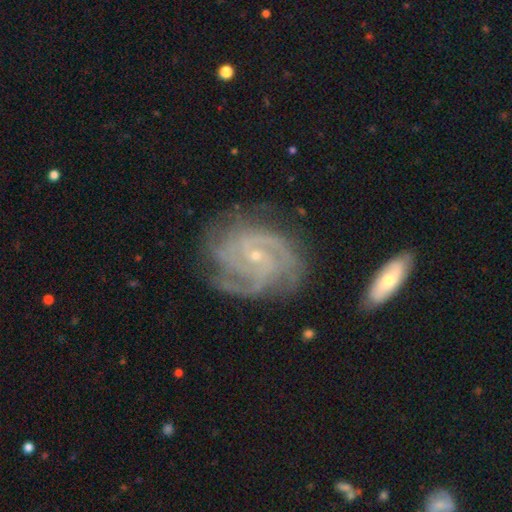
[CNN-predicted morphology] Smooth or featured: featured or disk — 91% (star or artifact — 5%)
Edge-on disk: no — 97% (yes — 3%)
Bar: no — 58% (weak — 31%)
Spiral arms: yes — 98% (no — 2%)
Spiral winding: tight — 62% (medium — 33%)
Spiral arm count: 3 — 34% (4 — 22%)
Bulge size: small — 83% (moderate — 13%)
Merging: none — 72% (minor disturbance — 18%)